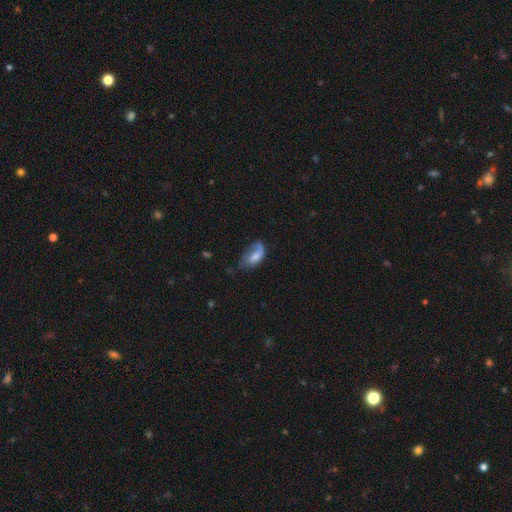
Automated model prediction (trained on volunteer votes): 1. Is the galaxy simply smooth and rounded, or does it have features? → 53% smooth, 39% featured or disk, 8% star or artifact.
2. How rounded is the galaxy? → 90% in between, 6% round, 4% cigar-shaped.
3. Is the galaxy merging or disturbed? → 36% none, 33% major disturbance, 27% minor disturbance, 4% merger.